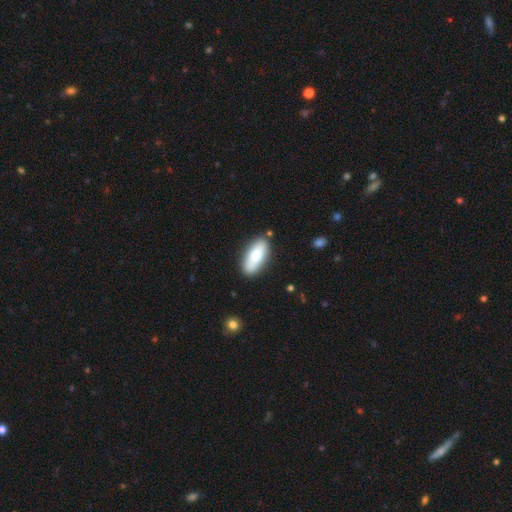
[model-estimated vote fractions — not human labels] This appears to be a smooth galaxy with no disk features (73%) that is in between round and cigar-shaped (81%). Merging: none (85%).